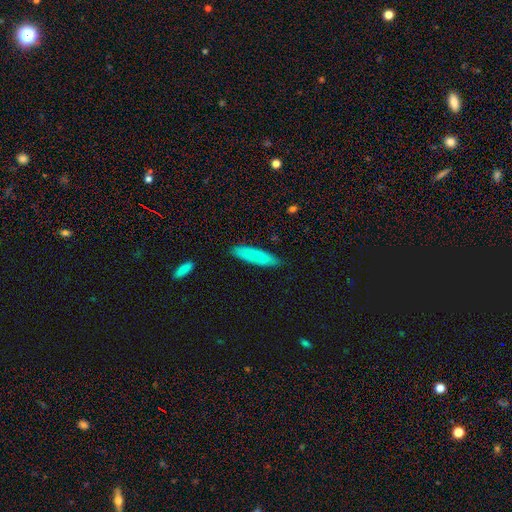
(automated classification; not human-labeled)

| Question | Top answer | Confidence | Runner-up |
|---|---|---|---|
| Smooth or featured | smooth | 76% | featured or disk (18%) |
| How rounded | cigar-shaped | 69% | in between (29%) |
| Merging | none | 85% | minor disturbance (12%) |